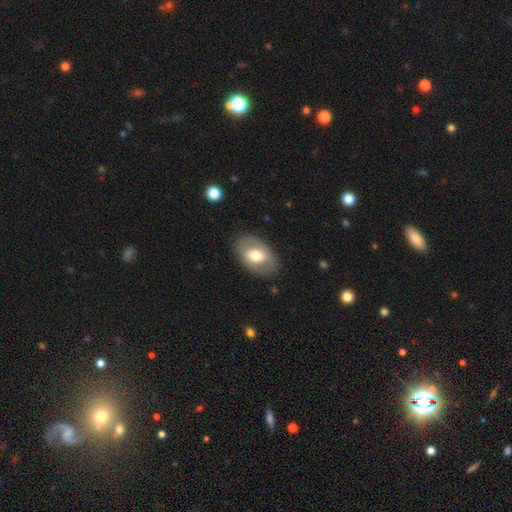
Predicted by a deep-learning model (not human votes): A smooth galaxy with no disk features (58%) that is in between round and cigar-shaped (88%).

Vote fractions:
- Smooth or featured? smooth: 58% / featured or disk: 36% / star or artifact: 6%
- How rounded? in between: 88% / round: 11% / cigar-shaped: 1%
- Merging? none: 82% / minor disturbance: 12% / major disturbance: 5% / merger: 1%